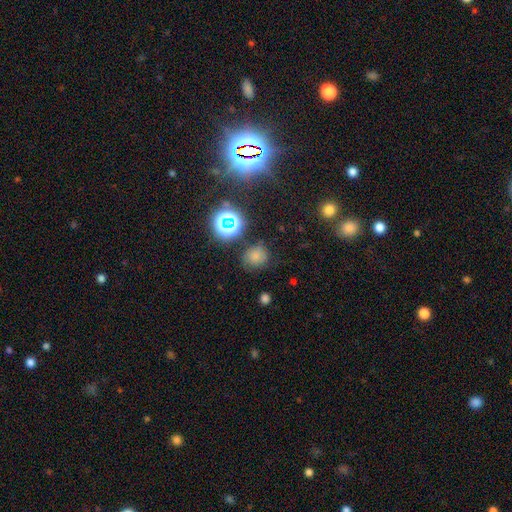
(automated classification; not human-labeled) A smooth galaxy with no disk features (69%) that is round (76%).

Vote fractions:
- Smooth or featured? smooth: 69% / star or artifact: 23% / featured or disk: 8%
- How rounded? round: 76% / in between: 23% / cigar-shaped: 1%
- Merging? none: 72% / minor disturbance: 18% / major disturbance: 6% / merger: 4%